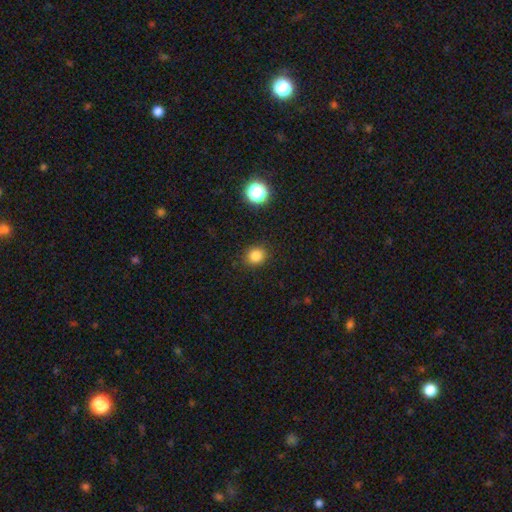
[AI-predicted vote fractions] Smooth or featured? smooth (83%)
How rounded? round (75%)
Merging? none (88%)